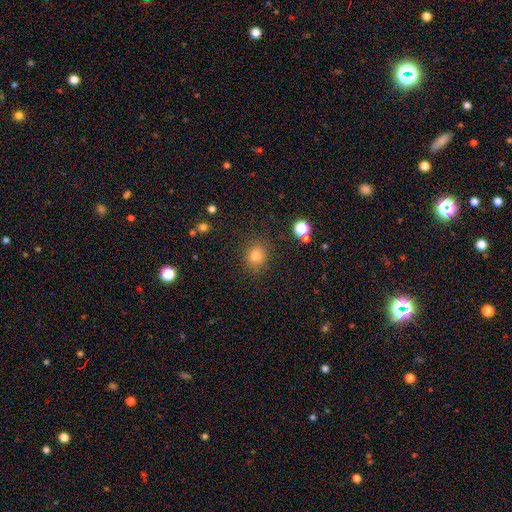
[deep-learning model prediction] This is clearly a smooth galaxy (81%). How rounded: likely round (76%). Merging: clearly none (87%).